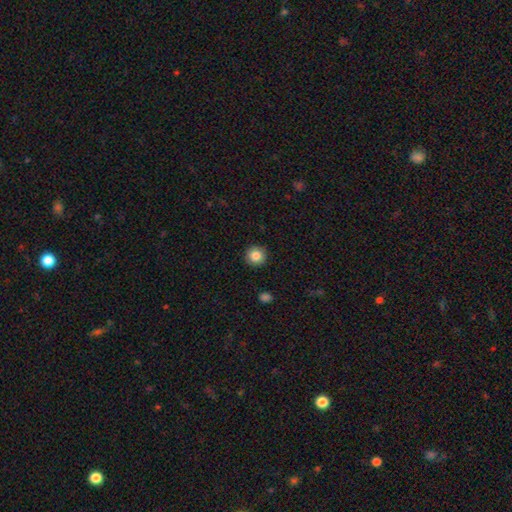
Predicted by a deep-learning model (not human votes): A smooth galaxy with no disk features (85%) that is round (95%).

Vote fractions:
- Smooth or featured? smooth: 85% / star or artifact: 9% / featured or disk: 6%
- How rounded? round: 95% / in between: 4% / cigar-shaped: 1%
- Merging? none: 92% / minor disturbance: 5% / major disturbance: 2% / merger: 1%